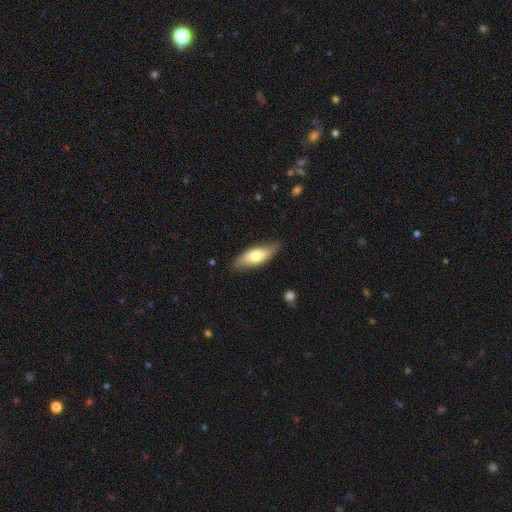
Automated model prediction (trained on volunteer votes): The model was most divided on "how rounded": in between: 61%, cigar-shaped: 37%, round: 2%. More confident: merging — none (83%); smooth or featured — smooth (64%).